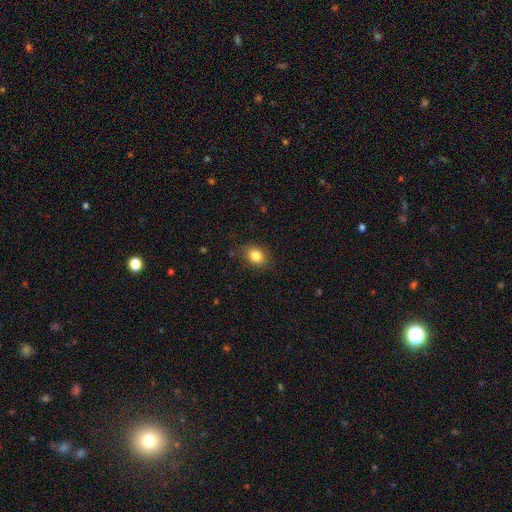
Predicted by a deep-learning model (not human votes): A smooth galaxy with no disk features (83%) that is in between round and cigar-shaped (62%).

Vote fractions:
- Smooth or featured? smooth: 83% / star or artifact: 10% / featured or disk: 7%
- How rounded? in between: 62% / round: 36% / cigar-shaped: 1%
- Merging? none: 84% / minor disturbance: 12% / major disturbance: 3% / merger: 1%